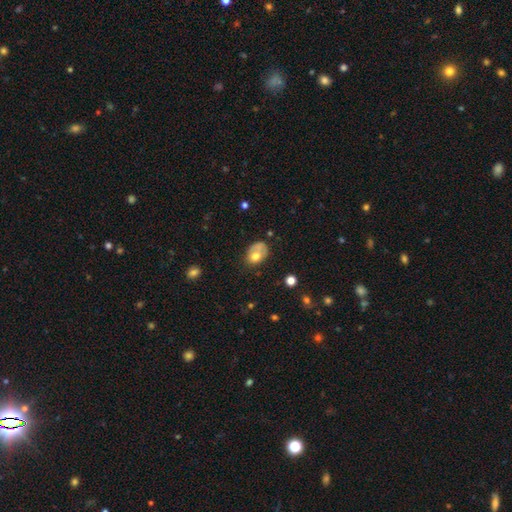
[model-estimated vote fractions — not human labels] Morphology: type=smooth (66%); roundness=in between (71%); merging=none (38%).